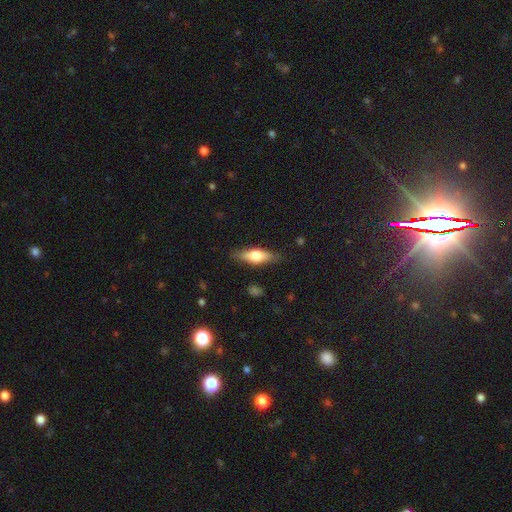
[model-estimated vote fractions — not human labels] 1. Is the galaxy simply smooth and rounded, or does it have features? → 56% smooth, 38% featured or disk, 6% star or artifact.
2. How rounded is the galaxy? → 58% in between, 39% cigar-shaped, 3% round.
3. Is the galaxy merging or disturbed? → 81% none, 14% minor disturbance, 3% major disturbance, 1% merger.